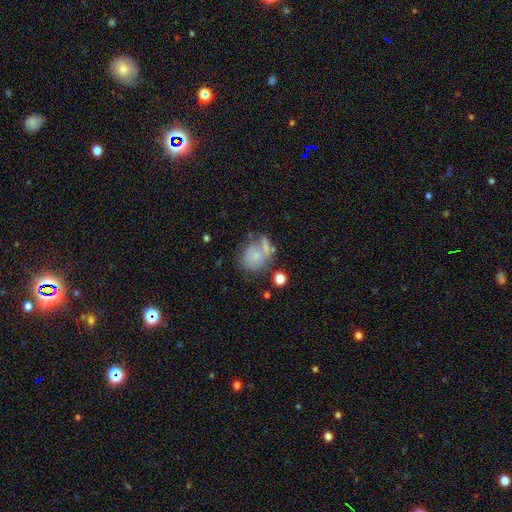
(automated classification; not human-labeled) The model was most divided on "merging": none: 43%, minor disturbance: 23%, merger: 18%, major disturbance: 16%. More confident: how rounded — round (62%); smooth or featured — smooth (60%).